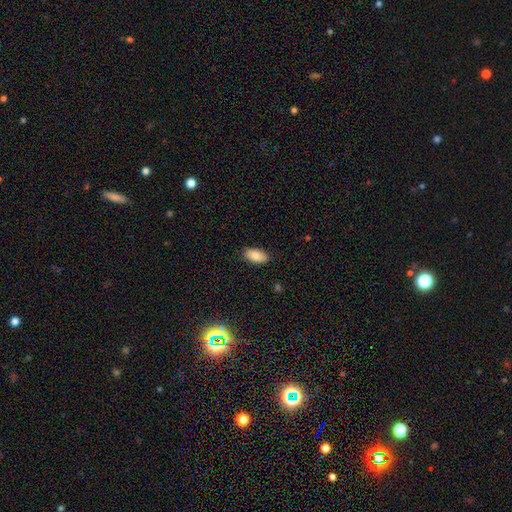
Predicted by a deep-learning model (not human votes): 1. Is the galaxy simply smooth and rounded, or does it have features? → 84% smooth, 8% featured or disk, 7% star or artifact.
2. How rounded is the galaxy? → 93% in between, 4% cigar-shaped, 3% round.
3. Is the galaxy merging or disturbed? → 87% none, 10% minor disturbance, 2% major disturbance, 1% merger.